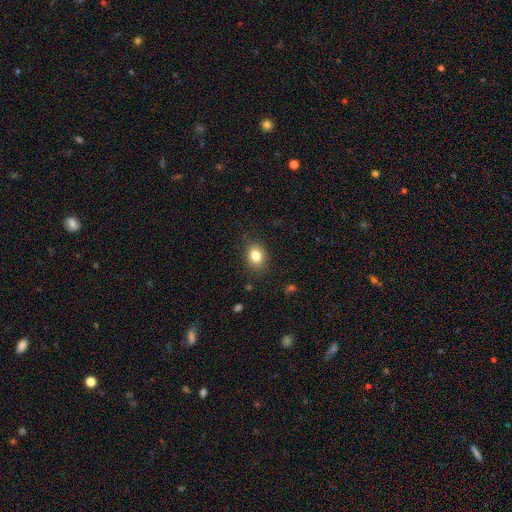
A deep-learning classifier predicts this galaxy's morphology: A smooth galaxy with no disk features (83%) that is in between round and cigar-shaped (57%).

Vote fractions:
- Smooth or featured? smooth: 83% / star or artifact: 10% / featured or disk: 7%
- How rounded? in between: 57% / round: 42% / cigar-shaped: 1%
- Merging? none: 84% / minor disturbance: 12% / major disturbance: 3% / merger: 1%